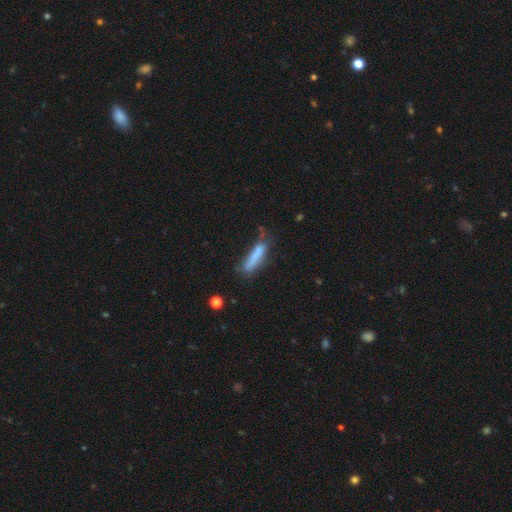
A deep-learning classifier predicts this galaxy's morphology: Smooth or featured: smooth — 76% (featured or disk — 16%)
How rounded: cigar-shaped — 84% (in between — 14%)
Merging: none — 57% (minor disturbance — 26%)